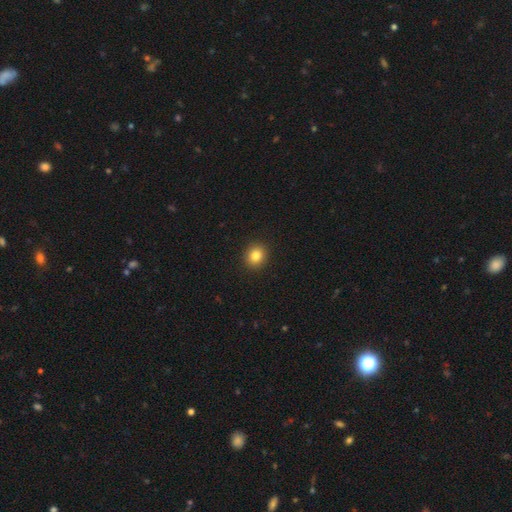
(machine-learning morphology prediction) type=smooth (83%); roundness=round (77%); merging=none (92%).